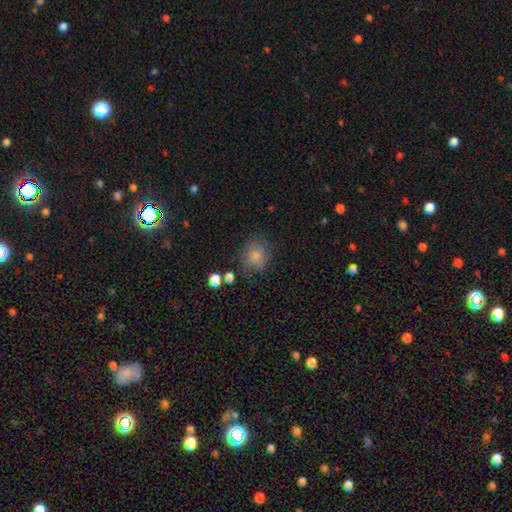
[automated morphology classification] Smooth or featured? Predicted: smooth (p=0.64). How rounded? Predicted: round (p=0.81). Merging? Predicted: none (p=0.79).